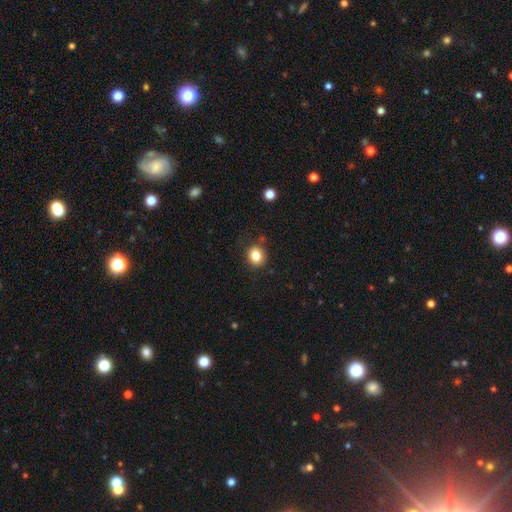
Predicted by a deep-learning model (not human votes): smooth-or-featured: smooth: 82% | star or artifact: 11% | featured or disk: 7%
  how-rounded: round: 77% | in between: 23% | cigar-shaped: 1%
  merging: none: 85% | minor disturbance: 10% | major disturbance: 3% | merger: 2%